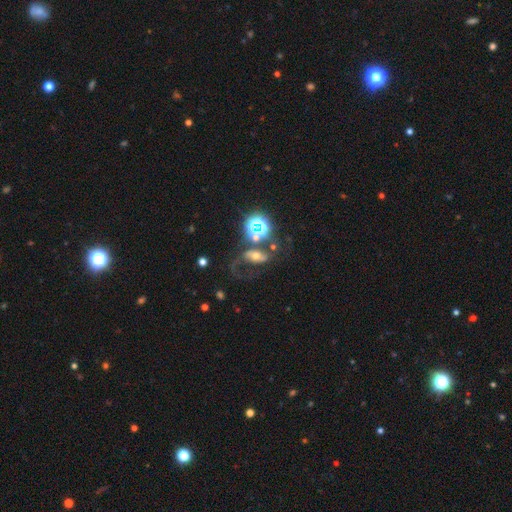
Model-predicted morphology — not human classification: Smooth or featured? featured or disk (53%)
Edge-on disk? no (93%)
Merging? none (36%)